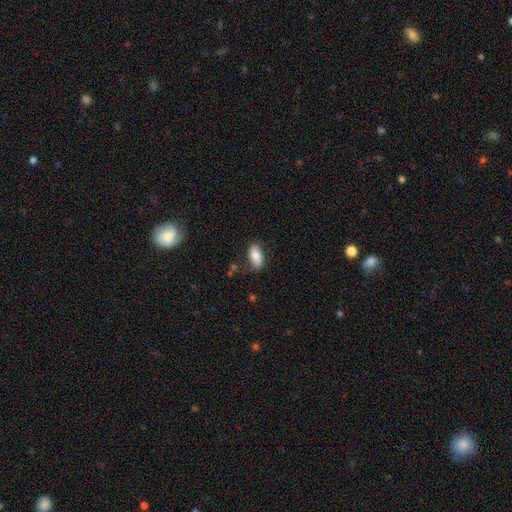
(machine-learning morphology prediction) A smooth galaxy with no disk features (74%) that is in between round and cigar-shaped (87%).

Vote fractions:
- Smooth or featured? smooth: 74% / featured or disk: 20% / star or artifact: 7%
- How rounded? in between: 87% / cigar-shaped: 10% / round: 3%
- Merging? none: 75% / minor disturbance: 18% / major disturbance: 4% / merger: 3%